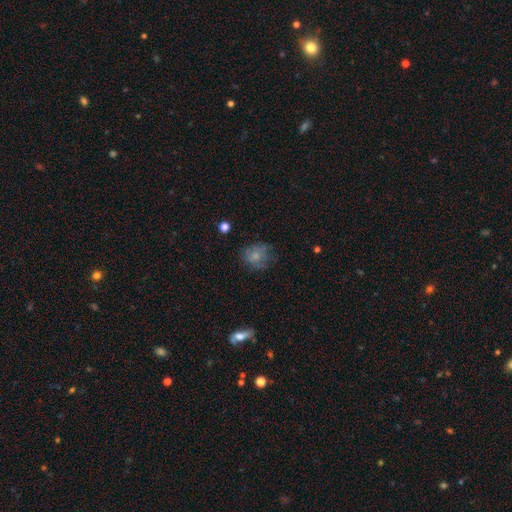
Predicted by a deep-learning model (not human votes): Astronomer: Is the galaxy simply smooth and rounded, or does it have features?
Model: smooth — 73%.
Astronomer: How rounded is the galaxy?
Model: round — 71%.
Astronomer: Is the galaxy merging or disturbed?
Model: none — 64%.